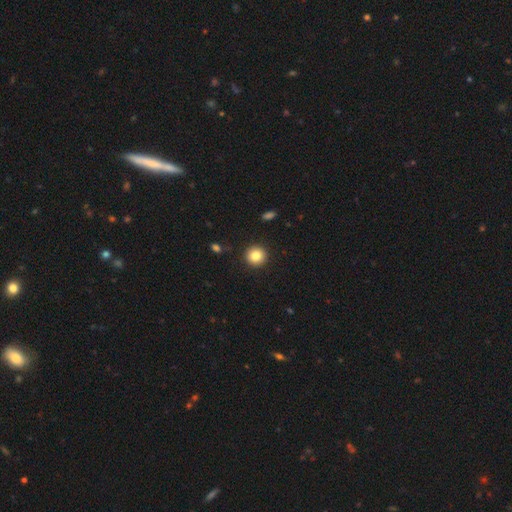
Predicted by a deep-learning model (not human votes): A smooth galaxy with no disk features (84%) that is round (94%).

Vote fractions:
- Smooth or featured? smooth: 84% / star or artifact: 10% / featured or disk: 6%
- How rounded? round: 94% / in between: 5% / cigar-shaped: 1%
- Merging? none: 92% / minor disturbance: 5% / major disturbance: 2% / merger: 1%